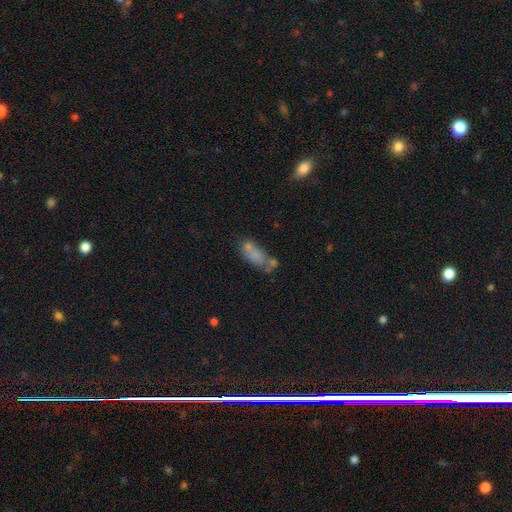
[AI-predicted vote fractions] Q: Smooth or featured?
A: smooth (68%); runner-up: featured or disk (21%)
Q: How rounded?
A: in between (78%); runner-up: cigar-shaped (18%)
Q: Merging?
A: none (41%); runner-up: merger (27%)